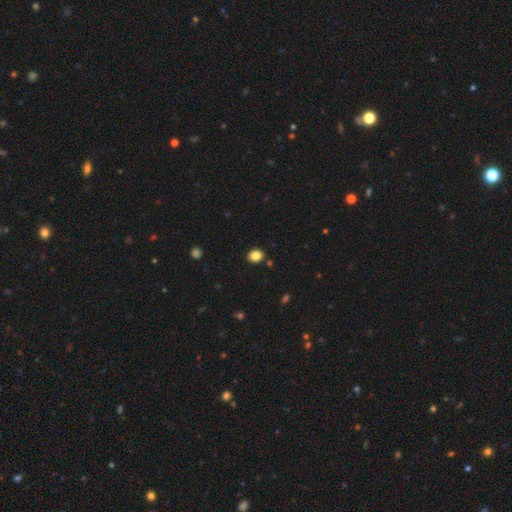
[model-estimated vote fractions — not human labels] Smooth or featured? Predicted: smooth (p=0.85). How rounded? Predicted: round (p=0.60). Merging? Predicted: none (p=0.89).